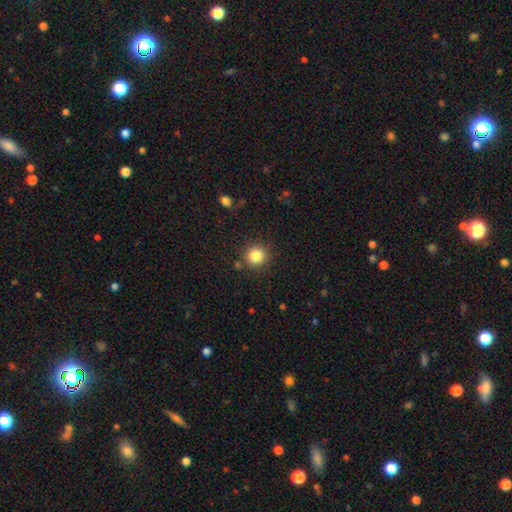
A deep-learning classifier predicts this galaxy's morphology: Smooth or featured? smooth (83%)
How rounded? round (92%)
Merging? none (86%)